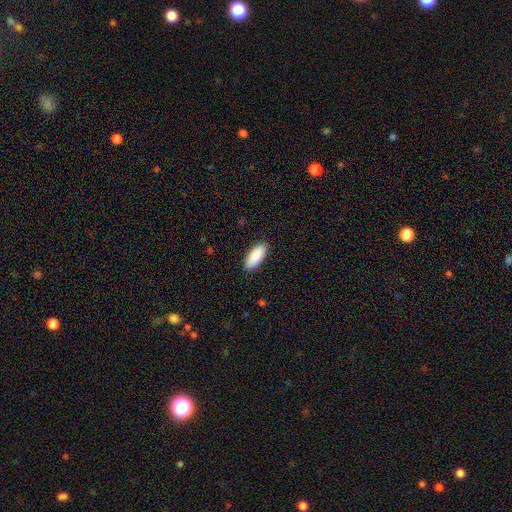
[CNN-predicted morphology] smooth 89%, star or artifact 6%, featured or disk 5%. Down the decision tree: how rounded — in between (84%); merging — none (88%).